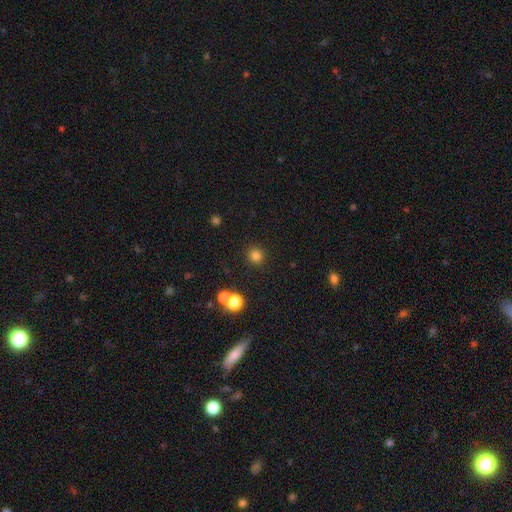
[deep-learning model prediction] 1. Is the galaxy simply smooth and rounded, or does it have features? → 81% smooth, 15% star or artifact, 5% featured or disk.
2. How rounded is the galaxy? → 92% round, 7% in between, 1% cigar-shaped.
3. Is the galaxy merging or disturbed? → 89% none, 5% minor disturbance, 3% merger, 2% major disturbance.